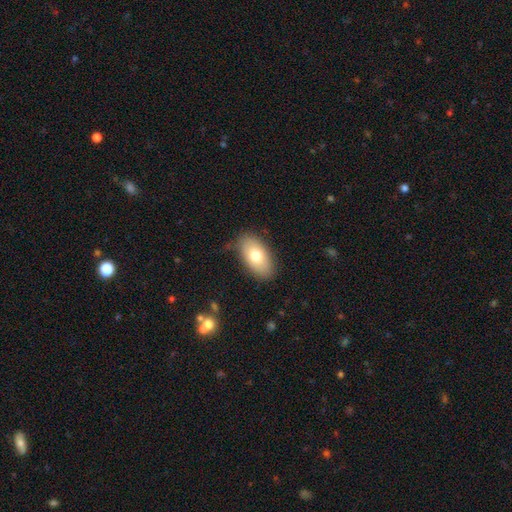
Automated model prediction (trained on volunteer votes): Q: Smooth or featured?
A: smooth (73%); runner-up: featured or disk (20%)
Q: How rounded?
A: in between (93%); runner-up: round (4%)
Q: Merging?
A: none (83%); runner-up: minor disturbance (13%)